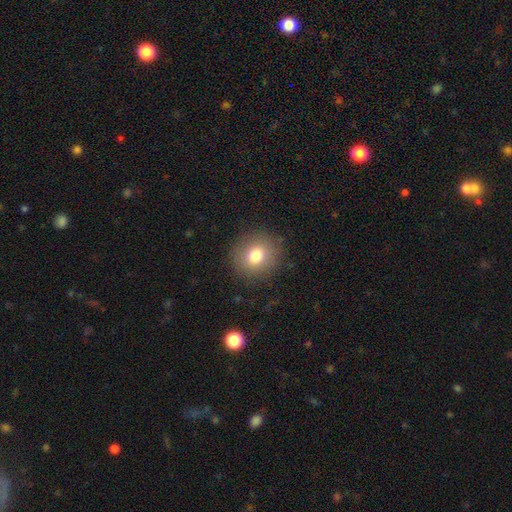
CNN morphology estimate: type=smooth (78%); roundness=round (87%); merging=none (88%).